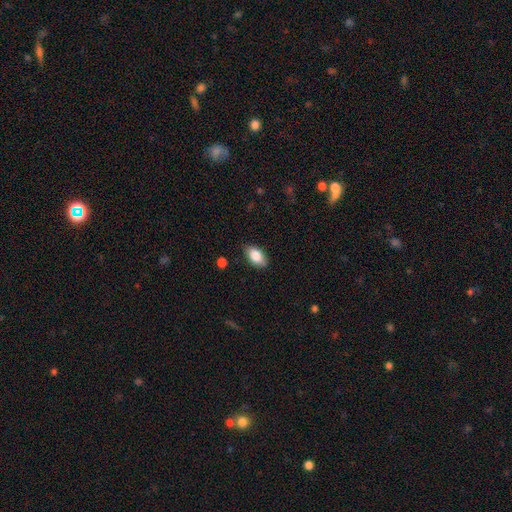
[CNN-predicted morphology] The model was most divided on "merging": none: 85%, minor disturbance: 11%, major disturbance: 2%, merger: 1%. More confident: how rounded — in between (93%); smooth or featured — smooth (84%).